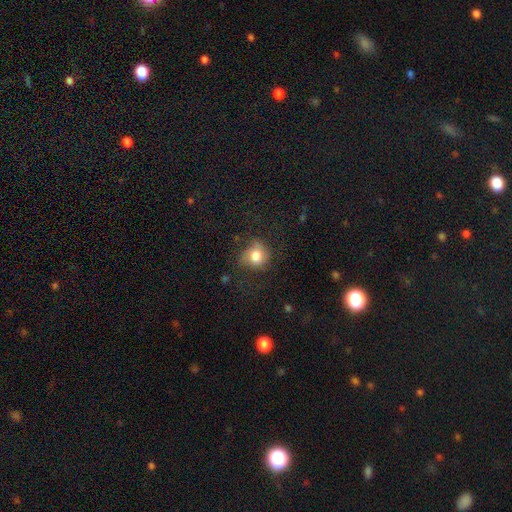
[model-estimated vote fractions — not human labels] Smooth or featured: smooth — 71% (featured or disk — 20%)
How rounded: round — 73% (in between — 26%)
Merging: none — 56% (minor disturbance — 24%)